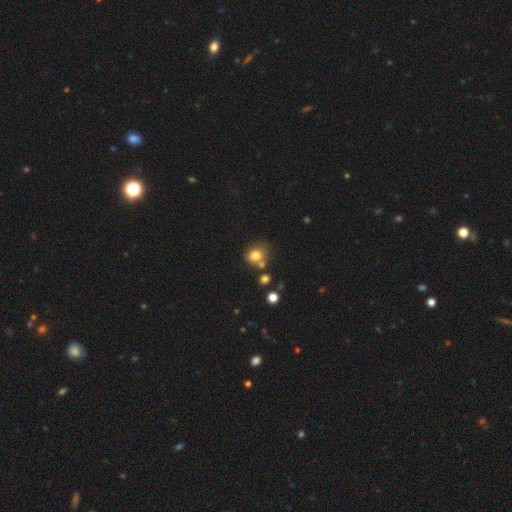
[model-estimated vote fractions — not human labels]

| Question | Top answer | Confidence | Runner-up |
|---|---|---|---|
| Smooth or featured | smooth | 79% | star or artifact (12%) |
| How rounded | round | 70% | in between (29%) |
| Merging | none | 58% | merger (21%) |